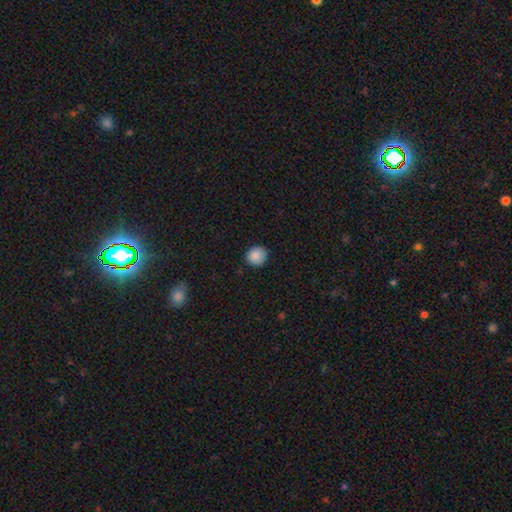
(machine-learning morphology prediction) A smooth galaxy with no disk features (87%) that is round (91%). Merging: none (86%).